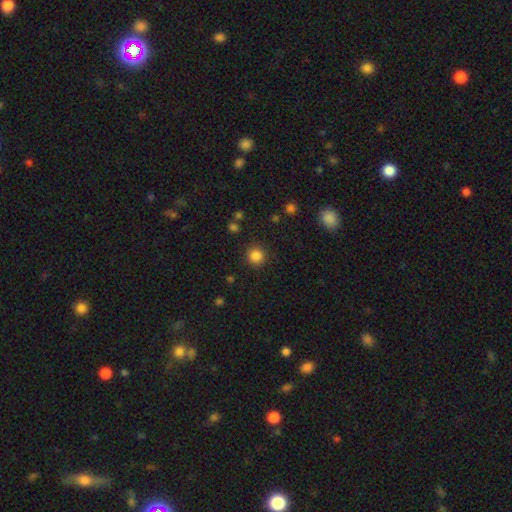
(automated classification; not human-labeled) smooth-or-featured: smooth: 85% | star or artifact: 12% | featured or disk: 4%
  how-rounded: round: 93% | in between: 6% | cigar-shaped: 1%
  merging: none: 89% | minor disturbance: 7% | major disturbance: 3% | merger: 2%